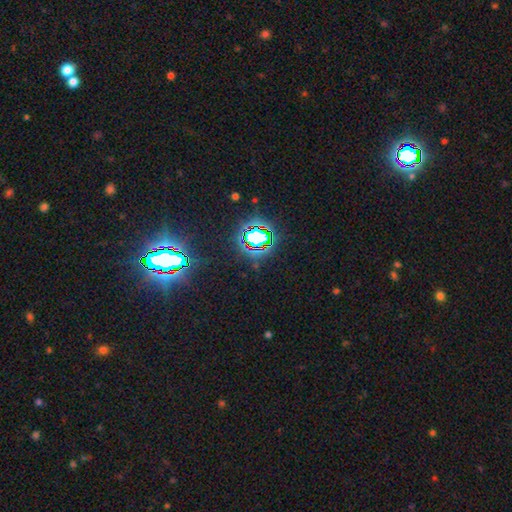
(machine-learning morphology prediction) type=star or artifact (83%).